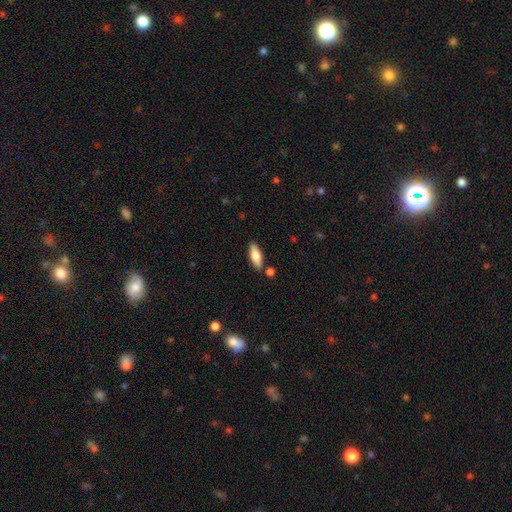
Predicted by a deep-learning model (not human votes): Q: Smooth or featured?
A: smooth (74%); runner-up: featured or disk (20%)
Q: How rounded?
A: in between (67%); runner-up: cigar-shaped (31%)
Q: Merging?
A: none (83%); runner-up: minor disturbance (10%)